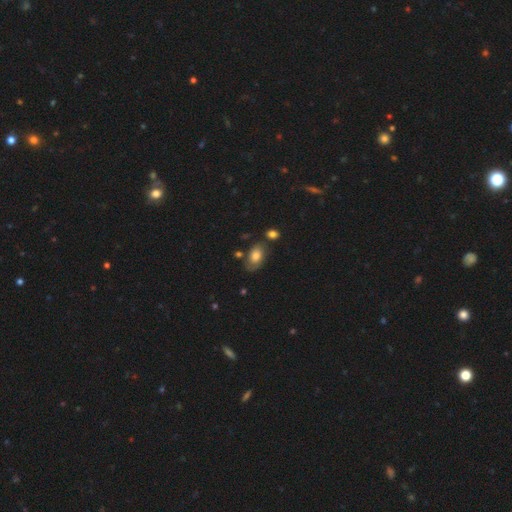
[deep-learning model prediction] Smooth or featured: smooth — 67% (featured or disk — 25%)
How rounded: in between — 89% (round — 9%)
Merging: none — 60% (minor disturbance — 23%)